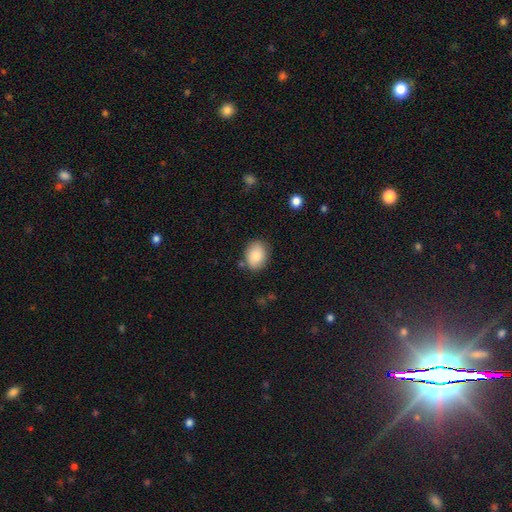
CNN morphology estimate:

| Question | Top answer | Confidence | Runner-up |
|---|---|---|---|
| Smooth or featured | smooth | 86% | star or artifact (7%) |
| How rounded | in between | 66% | round (33%) |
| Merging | none | 81% | minor disturbance (13%) |